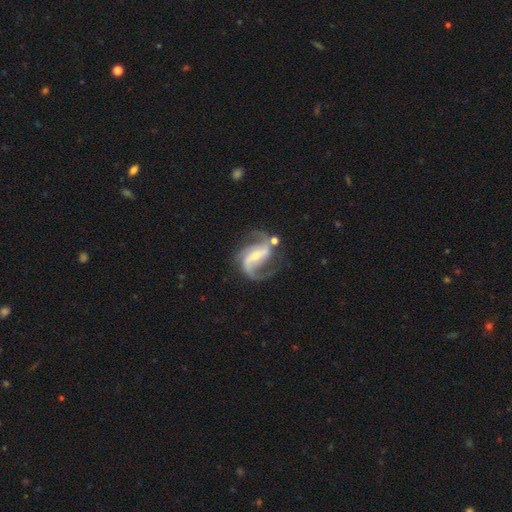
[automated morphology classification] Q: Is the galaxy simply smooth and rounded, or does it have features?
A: featured or disk — 91%.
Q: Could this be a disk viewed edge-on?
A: no — 98%.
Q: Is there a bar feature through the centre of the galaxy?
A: strong — 47%.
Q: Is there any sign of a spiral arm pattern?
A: yes — 98%.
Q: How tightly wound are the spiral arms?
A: medium — 48%.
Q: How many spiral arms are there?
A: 2 — 69%.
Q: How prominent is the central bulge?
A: small — 53%.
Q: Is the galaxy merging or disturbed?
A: none — 61%.